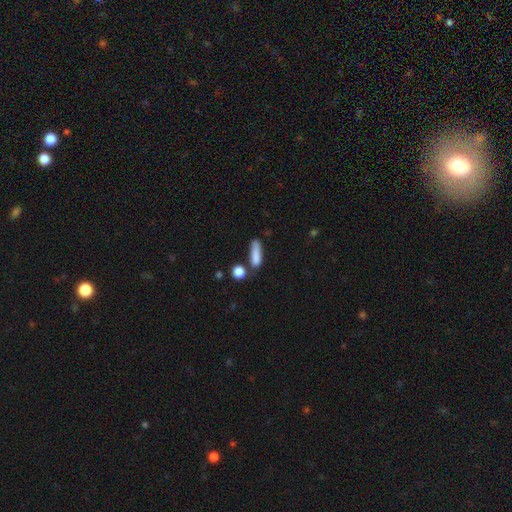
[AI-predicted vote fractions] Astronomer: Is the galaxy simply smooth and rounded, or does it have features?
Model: smooth — 82%.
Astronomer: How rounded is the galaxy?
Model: cigar-shaped — 60% (runner-up: in between, 35%).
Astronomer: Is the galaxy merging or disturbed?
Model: none — 56%.